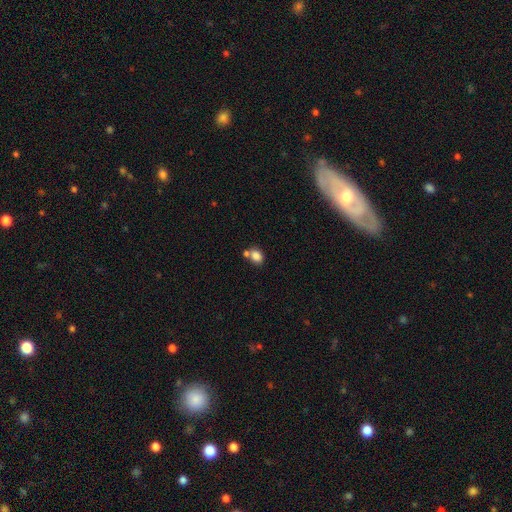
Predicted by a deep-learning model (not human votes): Q: Smooth or featured?
A: smooth (84%); runner-up: star or artifact (10%)
Q: How rounded?
A: in between (53%); runner-up: round (46%)
Q: Merging?
A: none (55%); runner-up: merger (29%)